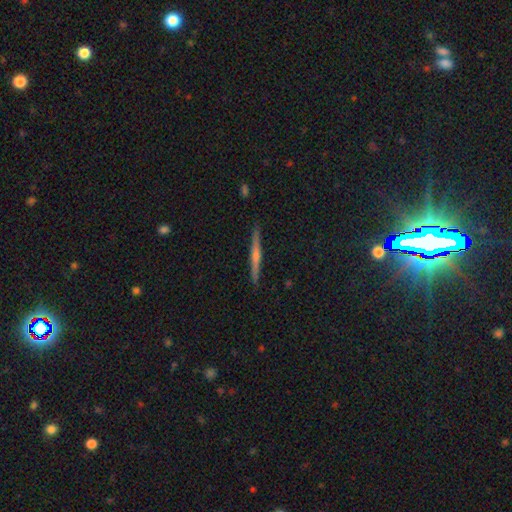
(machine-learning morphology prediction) type=featured or disk (61%); edge-on=yes (96%); edge-on bulge=rounded (65%); merging=none (89%).